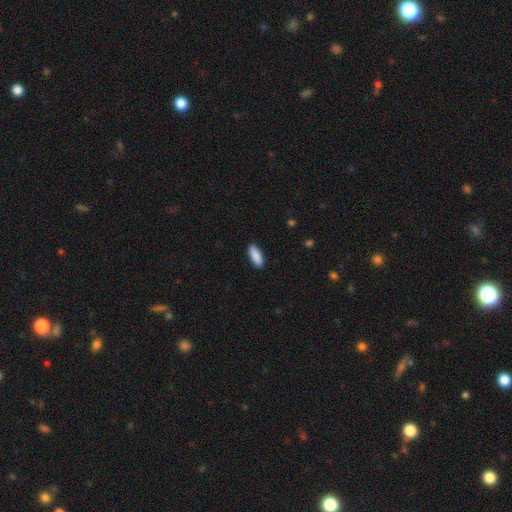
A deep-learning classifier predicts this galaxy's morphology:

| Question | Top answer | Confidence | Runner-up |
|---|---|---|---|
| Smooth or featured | smooth | 90% | star or artifact (6%) |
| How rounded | in between | 69% | cigar-shaped (29%) |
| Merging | none | 90% | minor disturbance (7%) |